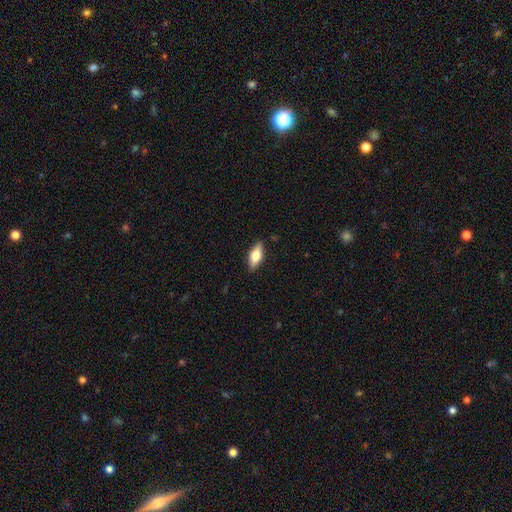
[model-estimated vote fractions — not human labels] smooth-or-featured: smooth: 59% | featured or disk: 34% | star or artifact: 6%
  how-rounded: in between: 72% | cigar-shaped: 25% | round: 3%
  merging: none: 88% | minor disturbance: 9% | major disturbance: 2% | merger: 1%